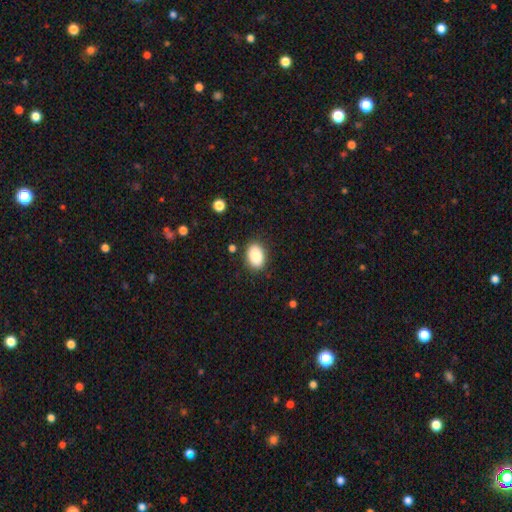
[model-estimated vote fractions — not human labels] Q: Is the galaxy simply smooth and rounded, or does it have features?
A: smooth — 88%.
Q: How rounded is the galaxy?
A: in between — 83%.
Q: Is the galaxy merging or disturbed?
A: none — 87%.